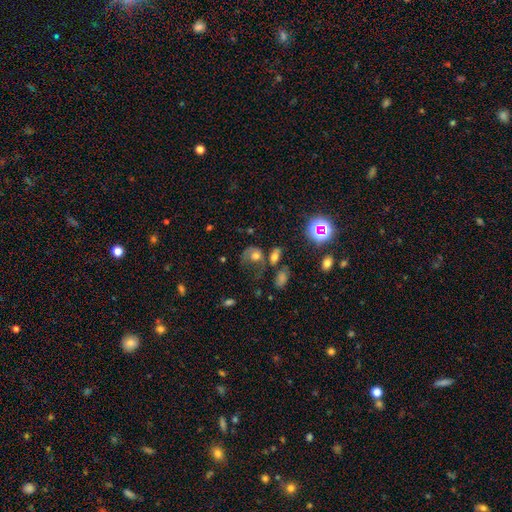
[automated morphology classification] A smooth galaxy with no disk features (53%) that is in between round and cigar-shaped (50%). Merging: major disturbance (32%).